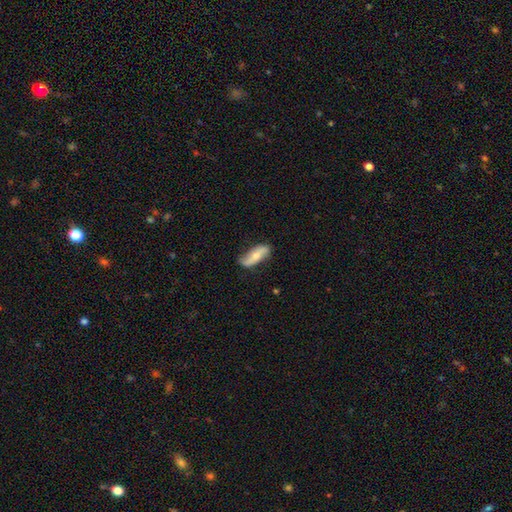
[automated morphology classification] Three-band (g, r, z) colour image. It shows a featured or disk galaxy (53%). Merging: none (70%).